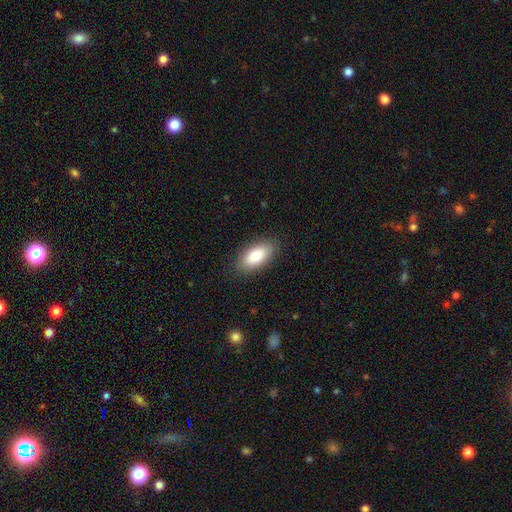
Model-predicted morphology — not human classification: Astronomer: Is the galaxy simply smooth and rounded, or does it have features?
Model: smooth — 82%.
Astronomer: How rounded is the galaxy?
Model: in between — 92%.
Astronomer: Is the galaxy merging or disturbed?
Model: none — 86%.